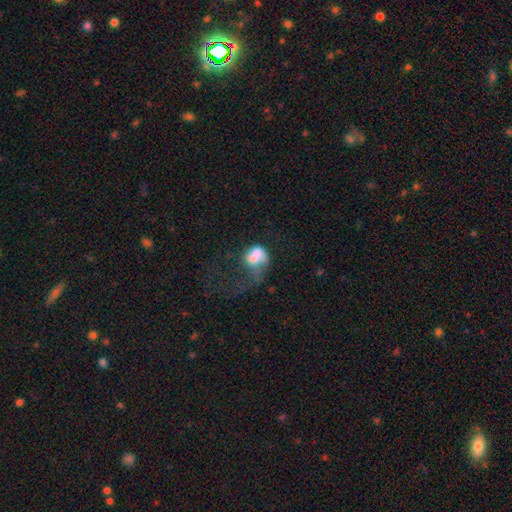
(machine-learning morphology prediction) Smooth or featured? smooth (62%)
How rounded? in between (67%)
Merging? major disturbance (59%)